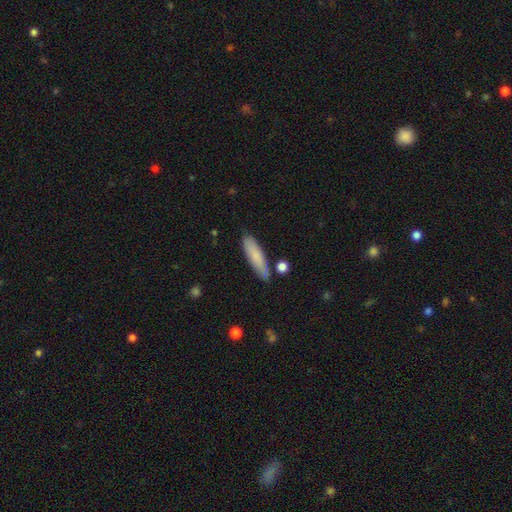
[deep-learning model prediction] smooth 80%, featured or disk 13%, star or artifact 6%. Down the decision tree: how rounded — cigar-shaped (65%); merging — none (80%).